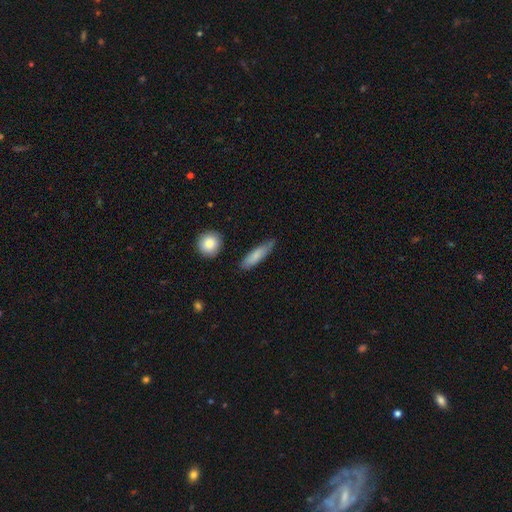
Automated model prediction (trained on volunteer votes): smooth_or_featured: smooth (p=0.79) [alt: featured or disk p=0.15]
how_rounded: cigar-shaped (p=0.61) [alt: in between p=0.36]
merging: none (p=0.67) [alt: minor disturbance p=0.25]